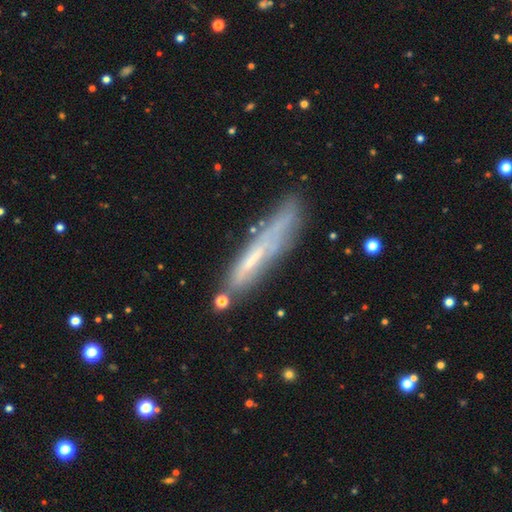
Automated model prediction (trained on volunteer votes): Smooth or featured? featured or disk (47%)
Merging? none (65%)